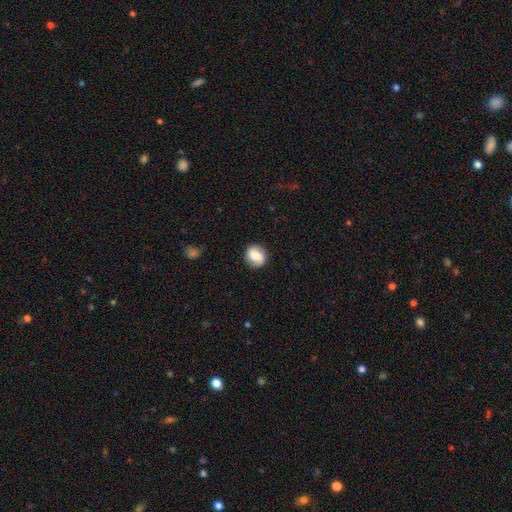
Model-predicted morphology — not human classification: smooth-or-featured: smooth: 55% | featured or disk: 37% | star or artifact: 8%
  how-rounded: round: 72% | in between: 26% | cigar-shaped: 1%
  merging: none: 82% | minor disturbance: 13% | major disturbance: 4% | merger: 1%